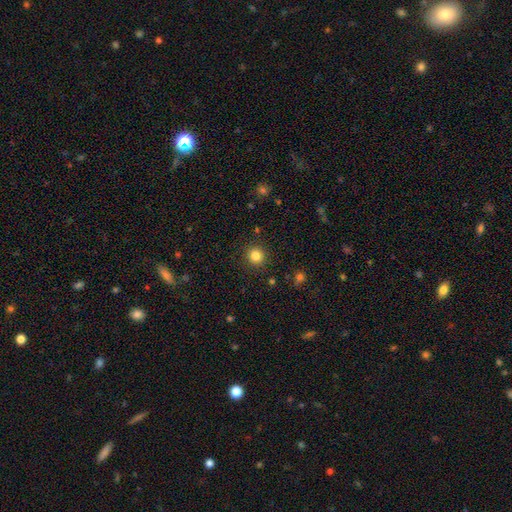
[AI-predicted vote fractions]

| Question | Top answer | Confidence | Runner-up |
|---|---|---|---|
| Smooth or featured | smooth | 83% | star or artifact (12%) |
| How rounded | round | 92% | in between (7%) |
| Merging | none | 91% | minor disturbance (6%) |